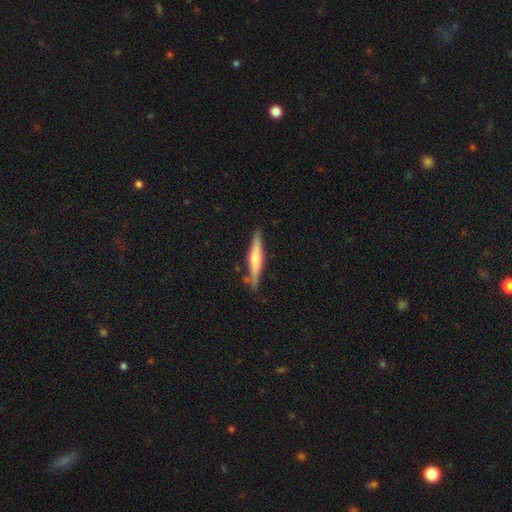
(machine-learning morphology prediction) This is possibly a featured or disk galaxy (53%). It is clearly viewed edge-on (93%). Merging: clearly none (84%).